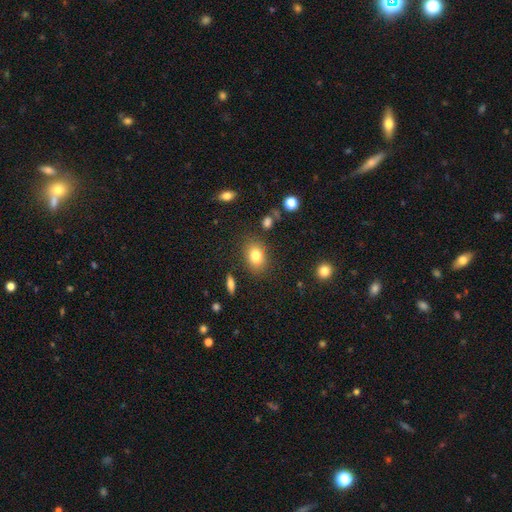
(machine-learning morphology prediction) Smooth or featured: smooth — 79% (star or artifact — 11%)
How rounded: in between — 70% (round — 29%)
Merging: none — 82% (minor disturbance — 12%)